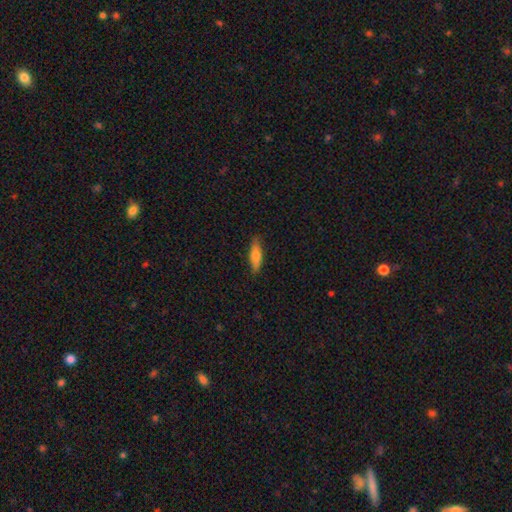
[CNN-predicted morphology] Overall: smooth (72%). How rounded: cigar-shaped (54%; in between 44%). Merging: none (83%).